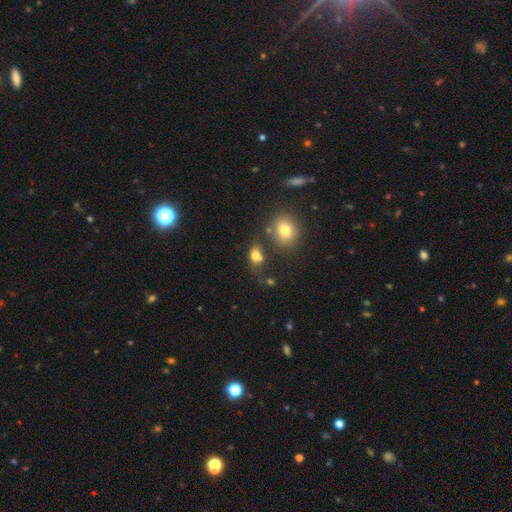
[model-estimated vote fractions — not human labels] Smooth or featured: smooth — 75% (star or artifact — 14%)
How rounded: in between — 67% (round — 30%)
Merging: none — 48% (merger — 22%)